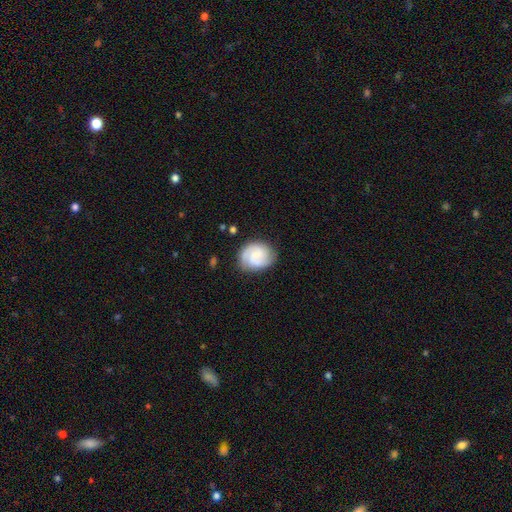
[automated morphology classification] The model was most divided on "bar": no: 51%, weak: 42%, strong: 8%. Remaining: edge-on disk — no (98%); spiral arms — yes (95%); merging — none (78%); smooth or featured — featured or disk (69%); spiral arm count — 2 (59%); spiral winding — tight (51%); bulge size — small (44%).